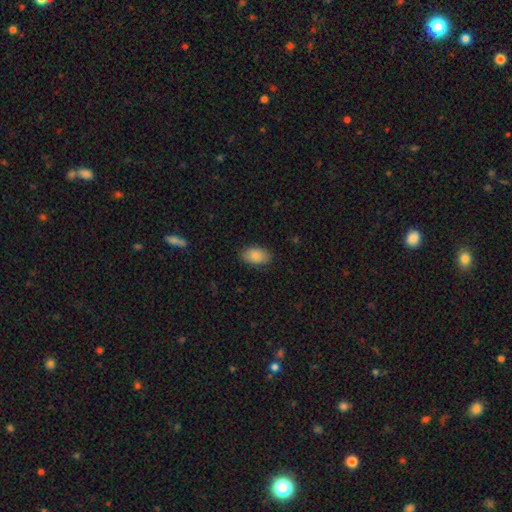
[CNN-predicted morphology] This is clearly a smooth galaxy (87%). How rounded: clearly in between (91%). Merging: clearly none (85%).